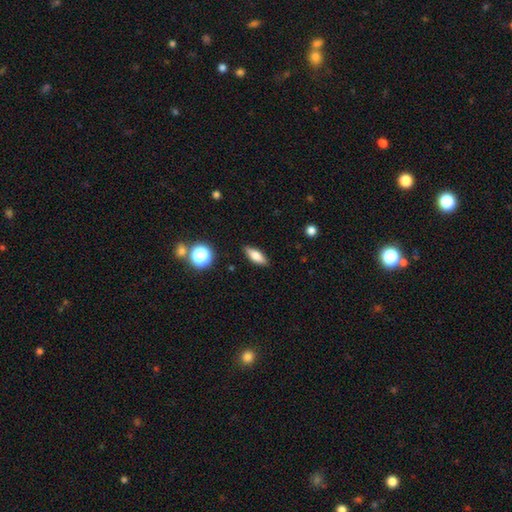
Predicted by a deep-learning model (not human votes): Q: Smooth or featured?
A: smooth (69%); runner-up: featured or disk (22%)
Q: How rounded?
A: in between (62%); runner-up: cigar-shaped (33%)
Q: Merging?
A: none (87%); runner-up: minor disturbance (9%)